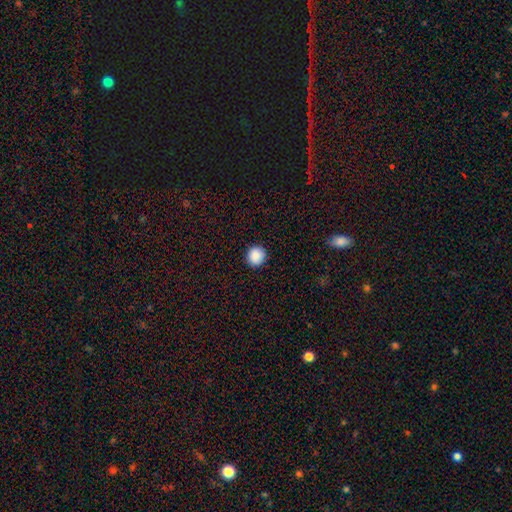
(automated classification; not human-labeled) smooth-or-featured: smooth: 89% | star or artifact: 8% | featured or disk: 3%
  how-rounded: round: 91% | in between: 8% | cigar-shaped: 1%
  merging: none: 92% | minor disturbance: 5% | major disturbance: 2% | merger: 1%